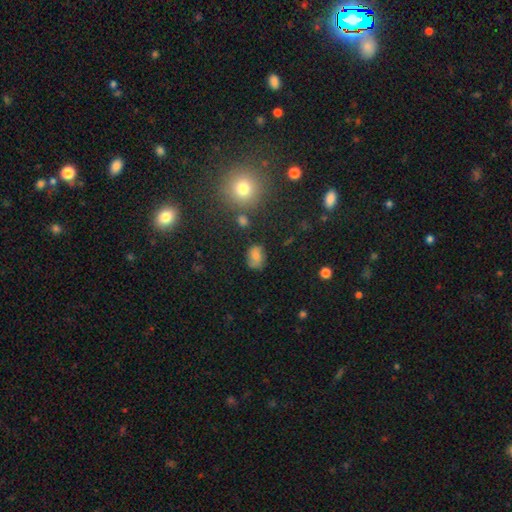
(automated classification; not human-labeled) Morphology: type=smooth (69%); roundness=in between (69%); merging=none (65%).